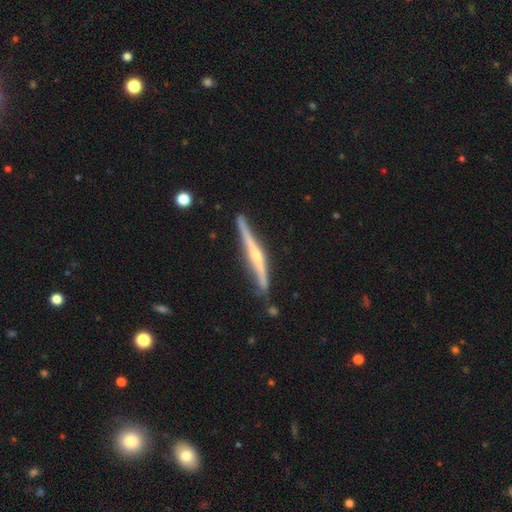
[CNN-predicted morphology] smooth-or-featured: featured or disk: 80% | smooth: 15% | star or artifact: 5%
  disk-edge-on: yes: 97% | no: 3%
    edge-on-bulge: rounded: 80% | none: 15% | boxy: 5%
  merging: none: 82% | minor disturbance: 14% | merger: 3% | major disturbance: 2%